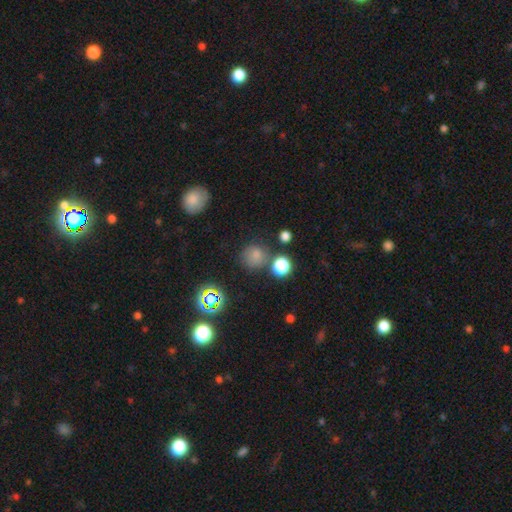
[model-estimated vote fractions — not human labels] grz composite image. It shows a smooth galaxy with no disk features (72%) that is round (89%). Merging: none (71%).